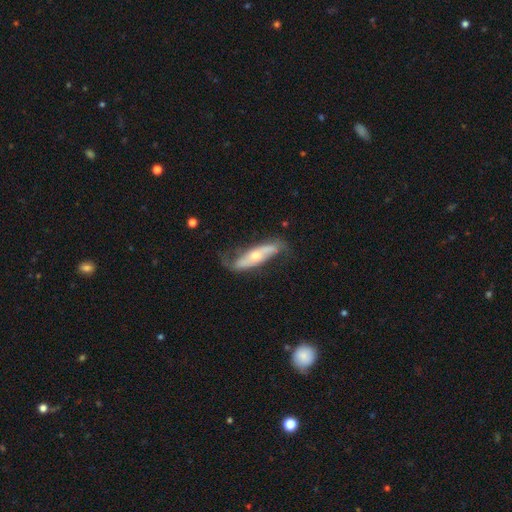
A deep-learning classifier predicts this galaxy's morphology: Smooth or featured: featured or disk — 70% (smooth — 25%)
Edge-on disk: no — 64% (yes — 36%)
Merging: none — 61% (minor disturbance — 24%)